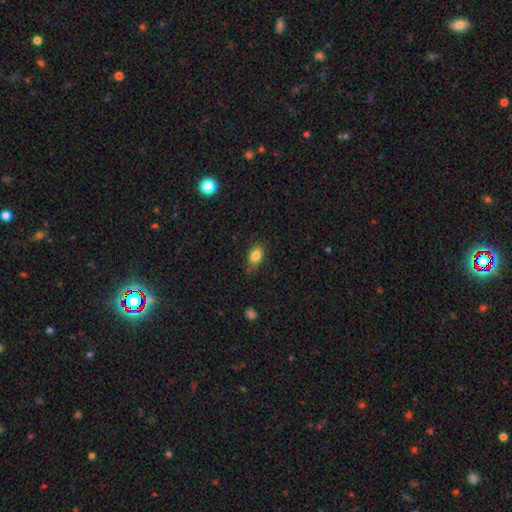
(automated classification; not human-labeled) Q: Smooth or featured?
A: smooth (83%); runner-up: star or artifact (9%)
Q: How rounded?
A: in between (84%); runner-up: round (13%)
Q: Merging?
A: none (76%); runner-up: minor disturbance (19%)